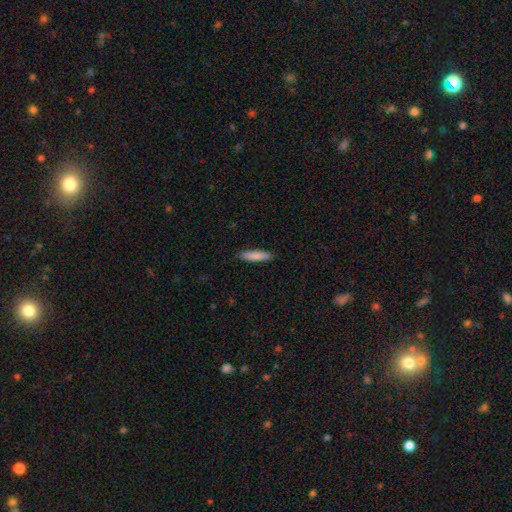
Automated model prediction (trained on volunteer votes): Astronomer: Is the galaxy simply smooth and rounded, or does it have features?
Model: smooth — 86%.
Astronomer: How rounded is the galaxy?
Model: cigar-shaped — 81%.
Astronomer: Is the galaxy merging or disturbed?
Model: none — 90%.